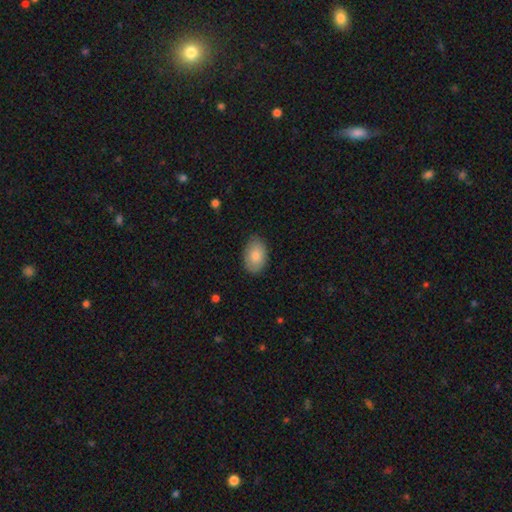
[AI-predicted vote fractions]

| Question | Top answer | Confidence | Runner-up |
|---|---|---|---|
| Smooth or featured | smooth | 83% | featured or disk (11%) |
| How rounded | in between | 89% | round (10%) |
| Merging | none | 81% | minor disturbance (15%) |